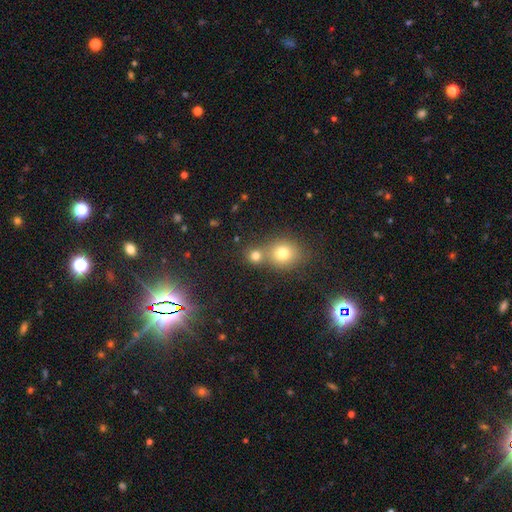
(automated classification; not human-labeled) A smooth galaxy with no disk features (76%) that is round (84%). Merging: none (52%).